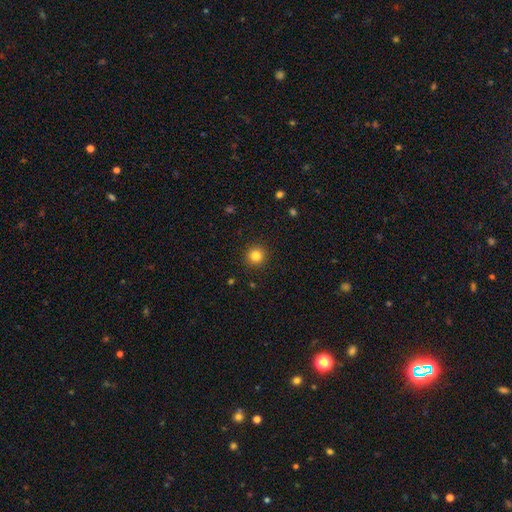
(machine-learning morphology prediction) Q: Smooth or featured?
A: smooth (83%); runner-up: star or artifact (12%)
Q: How rounded?
A: round (94%); runner-up: in between (5%)
Q: Merging?
A: none (92%); runner-up: minor disturbance (5%)